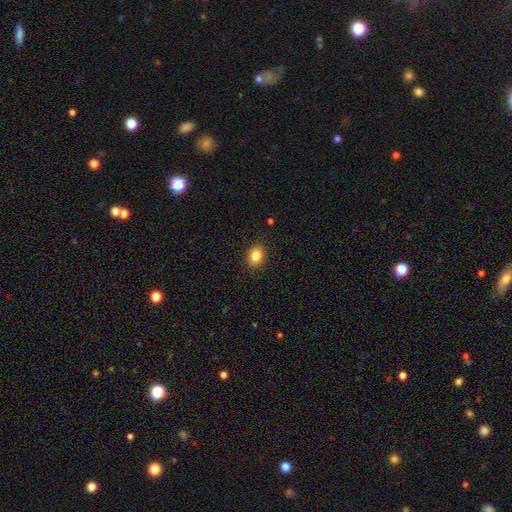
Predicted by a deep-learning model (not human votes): Smooth or featured? smooth (84%)
How rounded? in between (61%)
Merging? none (89%)